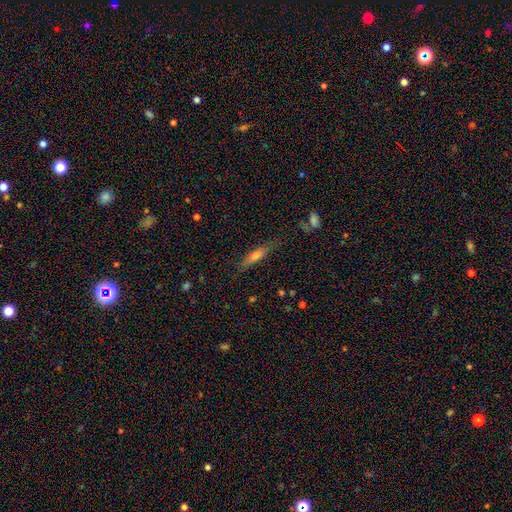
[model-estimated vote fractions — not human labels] Overall: smooth (45%; featured or disk 44%). Merging: none (77%).